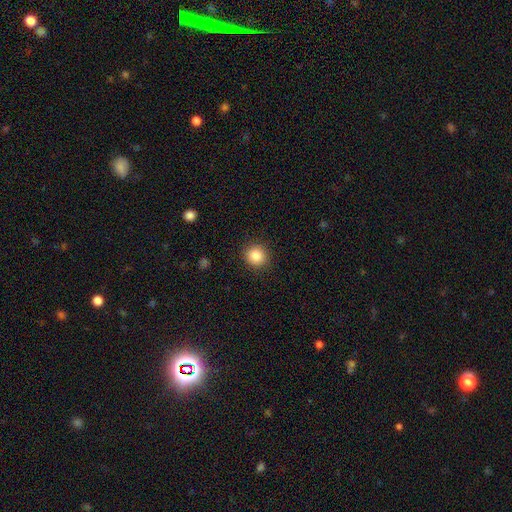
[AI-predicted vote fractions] Q: Smooth or featured?
A: smooth (86%); runner-up: star or artifact (10%)
Q: How rounded?
A: round (89%); runner-up: in between (10%)
Q: Merging?
A: none (90%); runner-up: minor disturbance (6%)